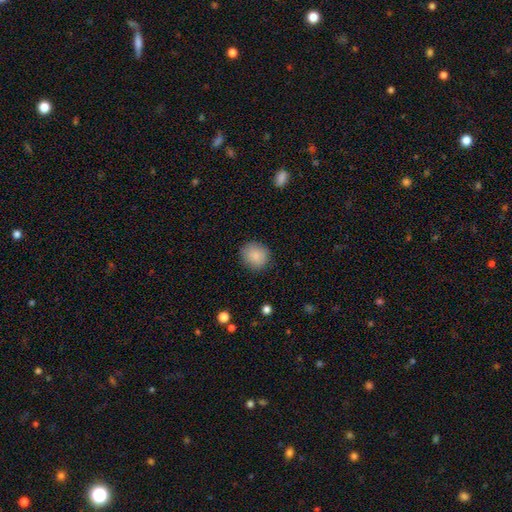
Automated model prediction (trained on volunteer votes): This appears to be a smooth galaxy with no disk features (87%) that is round (81%). Merging: none (86%).